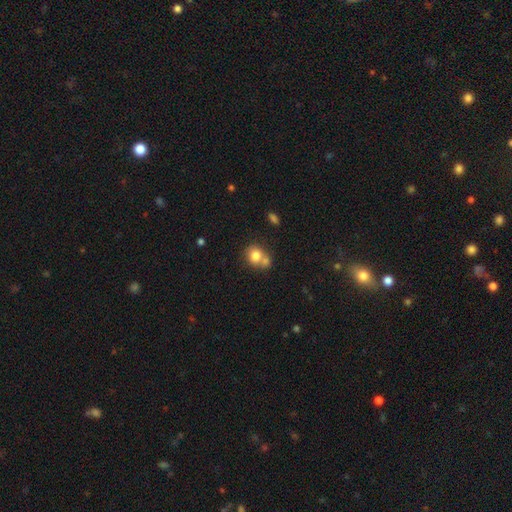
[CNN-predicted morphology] The model was most divided on "merging": merger: 45%, none: 42%, minor disturbance: 9%, major disturbance: 4%. More confident: smooth or featured — smooth (78%); how rounded — round (73%).